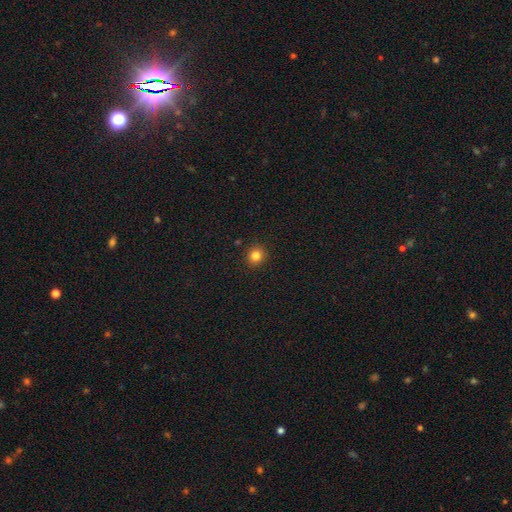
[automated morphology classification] The model was most divided on "smooth or featured": smooth: 83%, star or artifact: 12%, featured or disk: 5%. More confident: merging — none (91%); how rounded — round (89%).